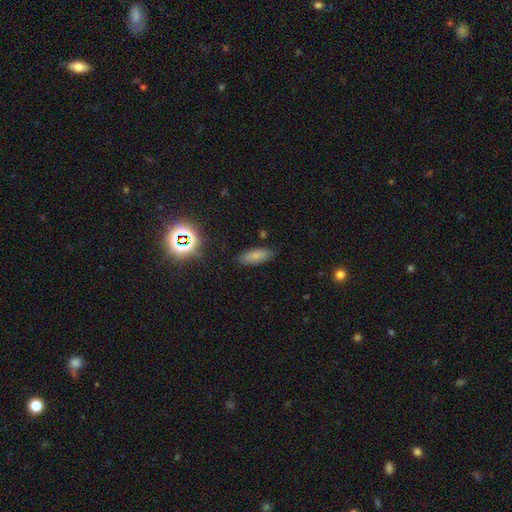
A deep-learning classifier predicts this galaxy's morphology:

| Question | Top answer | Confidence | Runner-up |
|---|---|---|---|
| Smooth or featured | smooth | 80% | star or artifact (12%) |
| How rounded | in between | 74% | cigar-shaped (23%) |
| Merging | none | 84% | minor disturbance (11%) |